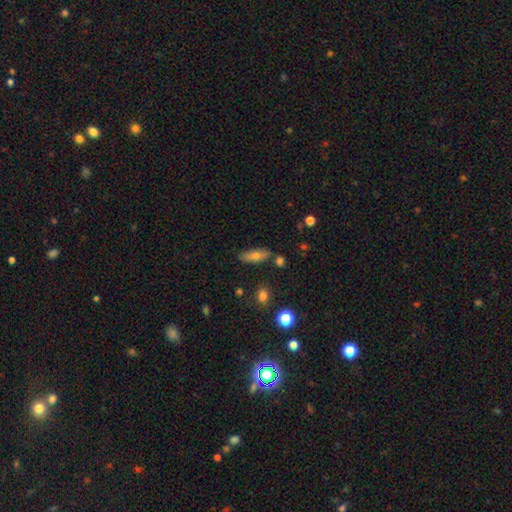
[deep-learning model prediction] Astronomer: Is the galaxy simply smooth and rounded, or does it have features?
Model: smooth — 67%.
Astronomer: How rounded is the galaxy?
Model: in between — 60% (runner-up: cigar-shaped, 36%).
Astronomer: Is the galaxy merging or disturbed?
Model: none — 79%.